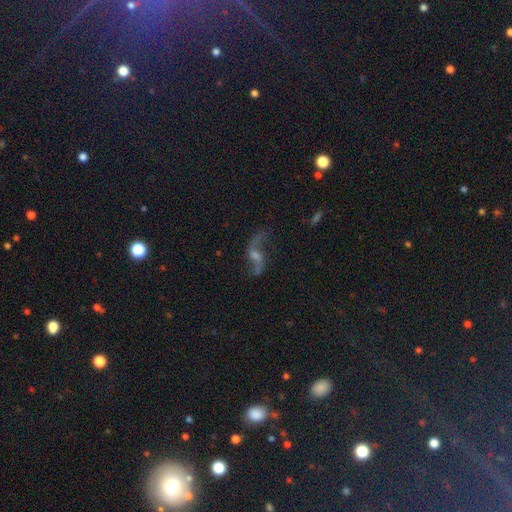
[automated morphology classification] smooth_or_featured: featured or disk (p=0.83) [alt: star or artifact p=0.10]
disk_edge_on: no (p=0.93) [alt: yes p=0.07]
bar: no (p=0.44) [alt: weak p=0.41]
has_spiral_arms: yes (p=0.95) [alt: no p=0.05]
spiral_winding: loose (p=0.91) [alt: medium p=0.07]
spiral_arm_count: 2 (p=0.92) [alt: 1 p=0.03]
bulge_size: small (p=0.42) [alt: moderate p=0.35]
merging: none (p=0.73) [alt: minor disturbance p=0.14]